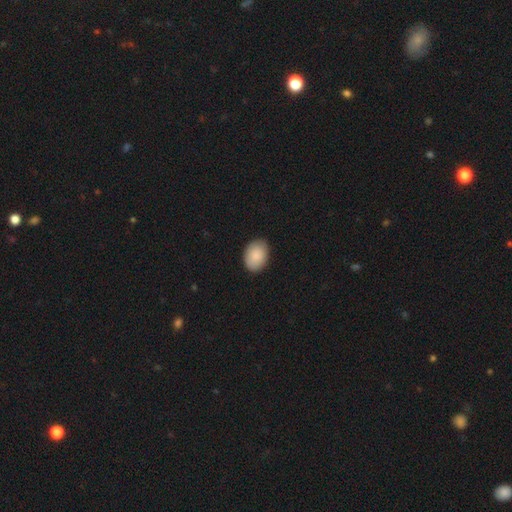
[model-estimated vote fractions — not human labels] Smooth or featured? smooth (89%)
How rounded? in between (76%)
Merging? none (84%)